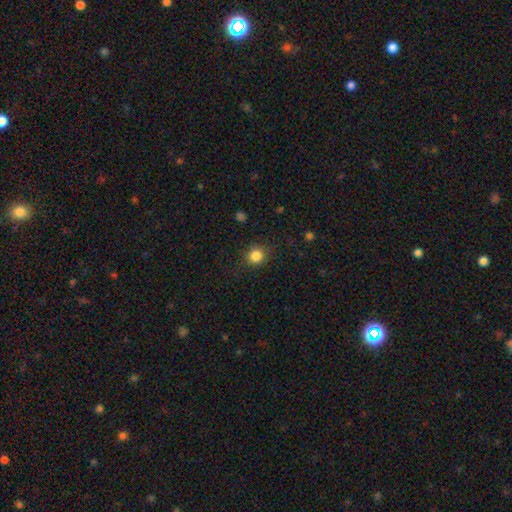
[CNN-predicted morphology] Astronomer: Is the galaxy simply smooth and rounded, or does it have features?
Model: smooth — 84%.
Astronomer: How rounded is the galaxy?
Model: round — 87%.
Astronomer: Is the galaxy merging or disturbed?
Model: none — 85%.